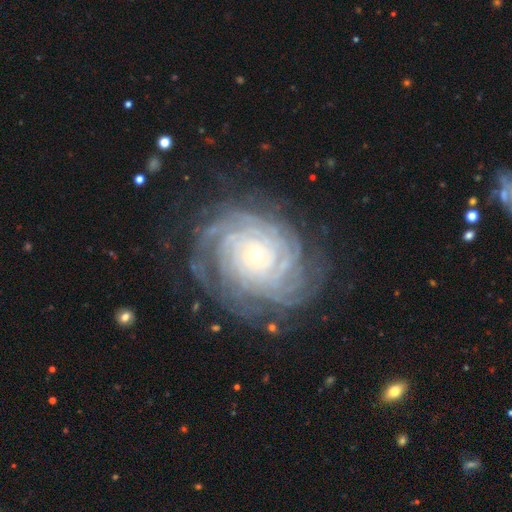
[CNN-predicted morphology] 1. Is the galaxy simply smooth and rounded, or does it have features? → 90% featured or disk, 6% star or artifact, 5% smooth.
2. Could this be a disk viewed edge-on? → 97% no, 3% yes.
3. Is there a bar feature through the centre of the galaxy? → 78% no, 15% weak, 7% strong.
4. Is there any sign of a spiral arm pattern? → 98% yes, 2% no.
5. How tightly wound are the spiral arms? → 86% tight, 12% medium, 2% loose.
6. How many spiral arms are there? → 37% more than 4, 21% can't tell, 19% 4, 9% 3, 8% 2, 7% 1.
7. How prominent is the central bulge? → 70% small, 26% moderate, 2% large, 1% none, 1% dominant.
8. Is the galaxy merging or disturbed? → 79% none, 14% minor disturbance, 6% major disturbance, 1% merger.